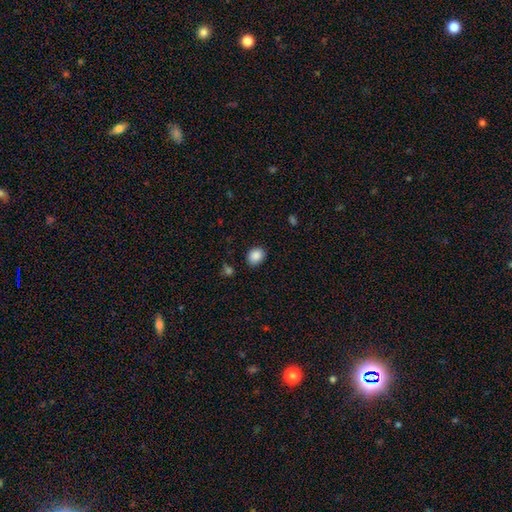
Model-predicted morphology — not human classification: Smooth or featured? smooth (88%)
How rounded? in between (56%)
Merging? none (85%)